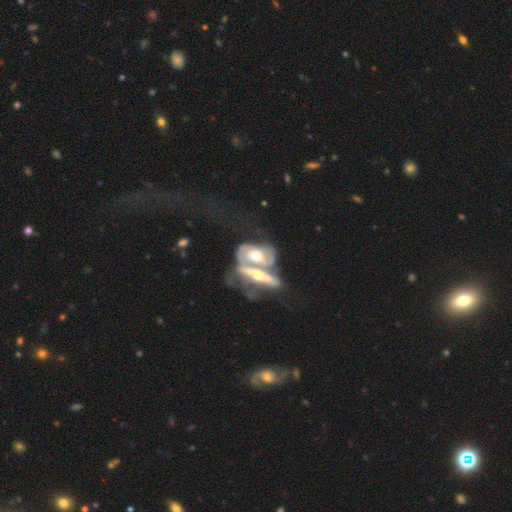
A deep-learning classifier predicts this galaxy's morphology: A featured or disk galaxy (75%) with no bar (62%), spiral arms (67%) and a moderate central bulge (67%).

Vote fractions:
- Smooth or featured? featured or disk: 75% / smooth: 19% / star or artifact: 6%
- Edge-on disk? no: 73% / yes: 27%
- Bar? no: 62% / weak: 23% / strong: 15%
- Spiral arms? yes: 67% / no: 33%
- Bulge size? moderate: 67% / large: 15% / small: 14% / none: 2% / dominant: 2%
- Merging? merger: 71% / none: 13% / major disturbance: 9% / minor disturbance: 7%